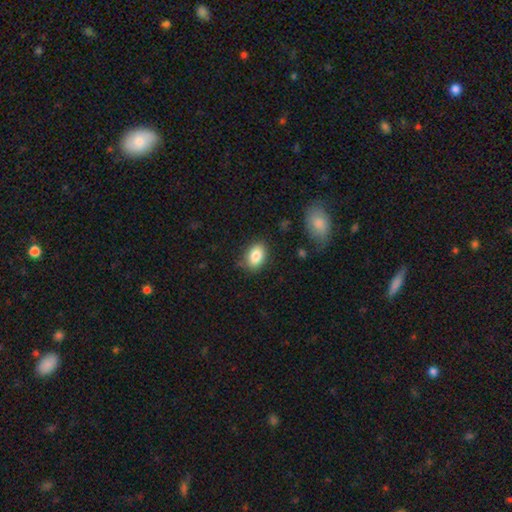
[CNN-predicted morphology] A smooth galaxy with no disk features (85%) that is in between round and cigar-shaped (83%).

Vote fractions:
- Smooth or featured? smooth: 85% / star or artifact: 8% / featured or disk: 7%
- How rounded? in between: 83% / round: 15% / cigar-shaped: 1%
- Merging? none: 81% / minor disturbance: 13% / major disturbance: 3% / merger: 2%